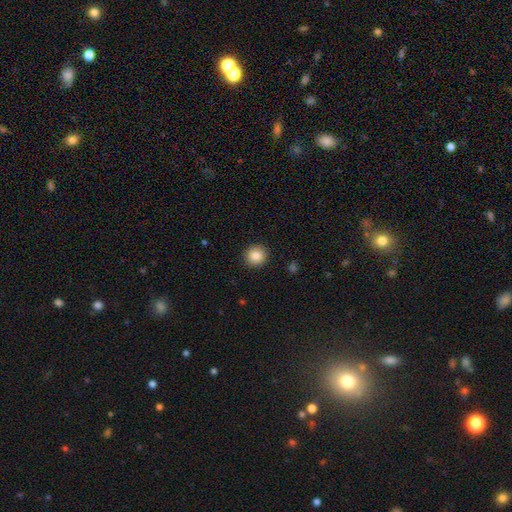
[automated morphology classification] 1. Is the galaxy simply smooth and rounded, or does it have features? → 85% smooth, 9% star or artifact, 6% featured or disk.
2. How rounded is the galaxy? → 92% round, 7% in between, 1% cigar-shaped.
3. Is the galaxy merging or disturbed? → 92% none, 5% minor disturbance, 2% major disturbance, 1% merger.